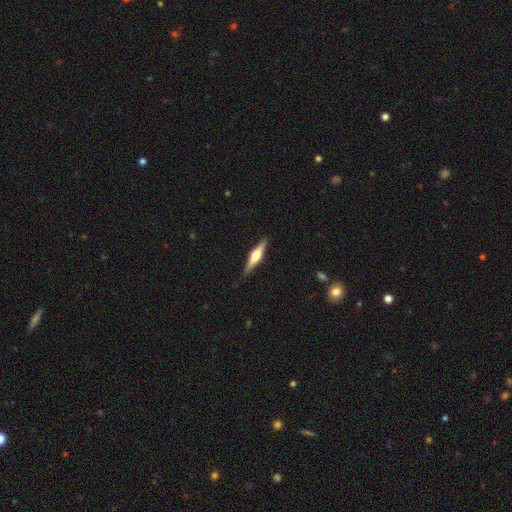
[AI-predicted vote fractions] Morphology: type=featured or disk (65%); edge-on=yes (97%); edge-on bulge=rounded (91%); merging=none (89%).